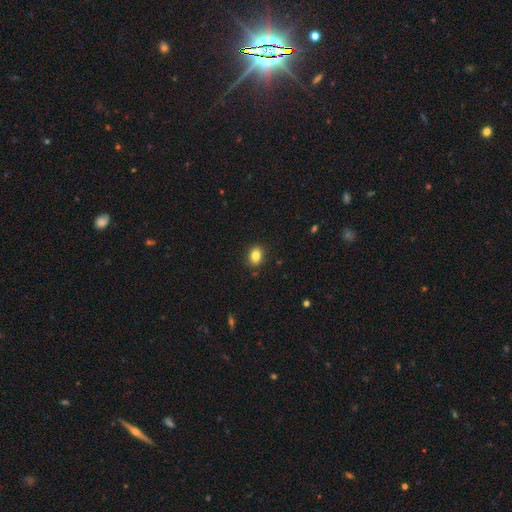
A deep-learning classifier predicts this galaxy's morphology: Smooth or featured? smooth (84%)
How rounded? in between (62%)
Merging? none (88%)